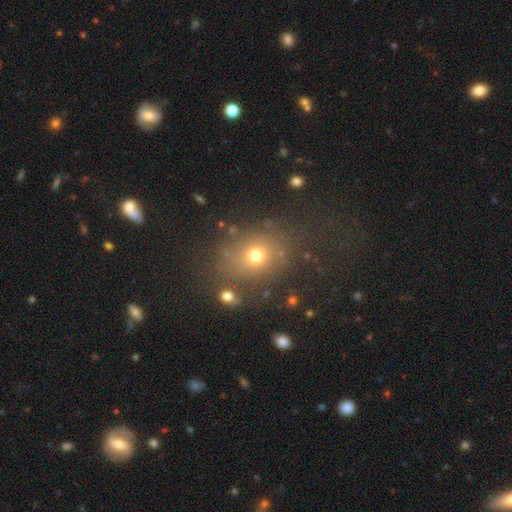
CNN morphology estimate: type=smooth (69%); roundness=round (59%); merging=none (76%).